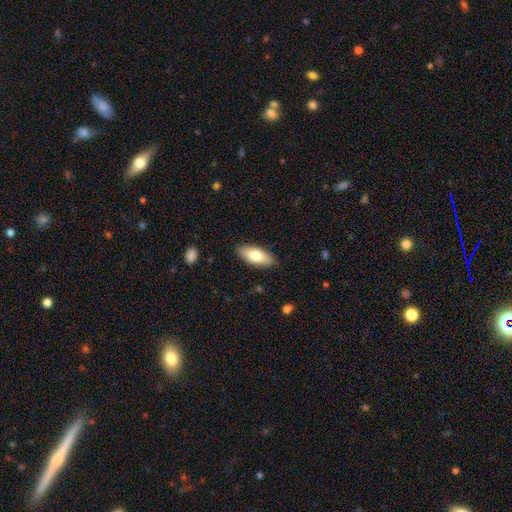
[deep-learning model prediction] Overall: smooth (76%). How rounded: in between (85%). Merging: none (87%).